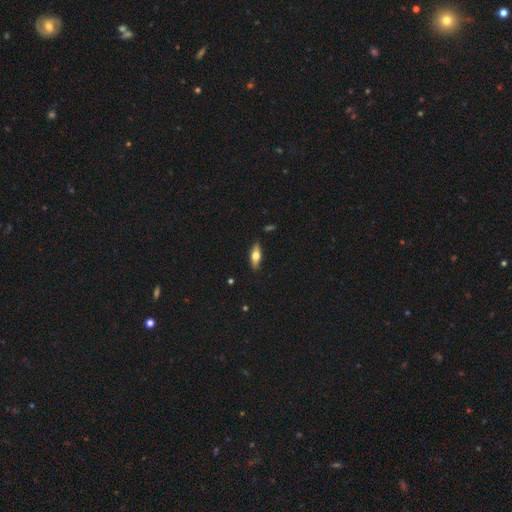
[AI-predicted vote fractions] This appears to be a smooth galaxy with no disk features (51%) that is in between round and cigar-shaped (58%). Merging: none (88%).